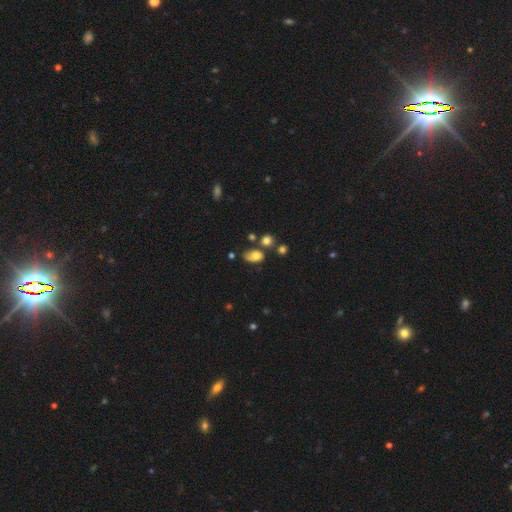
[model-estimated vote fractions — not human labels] The model was most divided on "merging": none: 48%, minor disturbance: 28%, merger: 13%, major disturbance: 11%. More confident: how rounded — in between (84%); smooth or featured — smooth (73%).